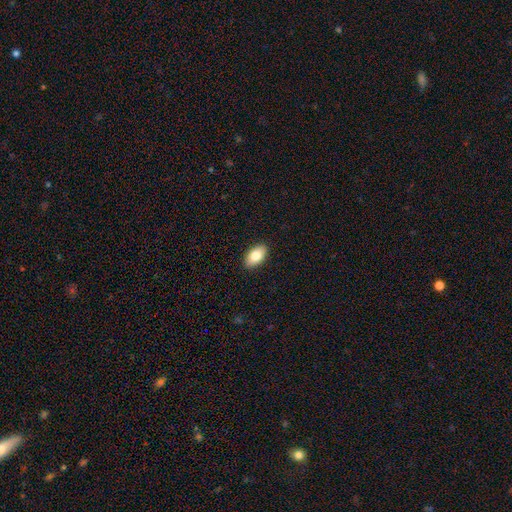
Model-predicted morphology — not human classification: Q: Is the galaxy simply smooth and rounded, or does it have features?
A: smooth — 81%.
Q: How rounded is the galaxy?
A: in between — 94%.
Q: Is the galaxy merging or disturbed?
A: none — 90%.